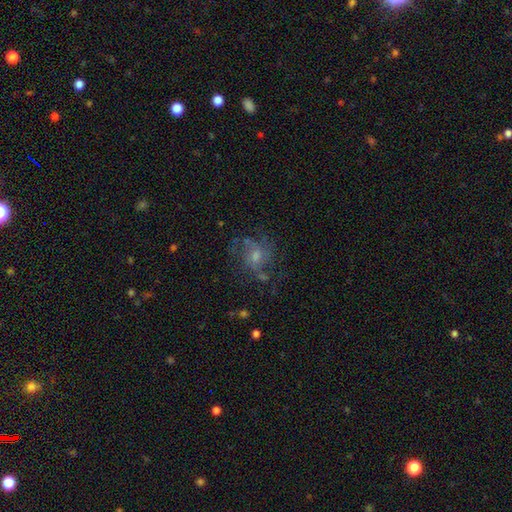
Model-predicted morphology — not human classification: Smooth or featured? Predicted: featured or disk (p=0.59). Edge-on disk? Predicted: no (p=0.97). Bar? Predicted: no (p=0.72). Spiral arms? Predicted: yes (p=0.80). Bulge size? Predicted: moderate (p=0.50). Merging? Predicted: none (p=0.63).